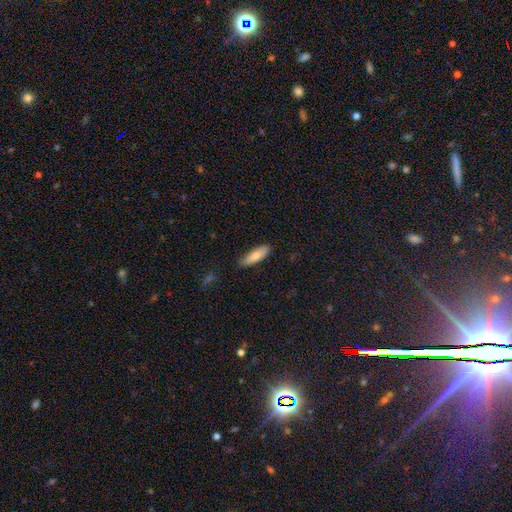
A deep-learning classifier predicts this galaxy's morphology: smooth-or-featured: smooth: 80% | featured or disk: 14% | star or artifact: 6%
  how-rounded: cigar-shaped: 56% | in between: 42% | round: 2%
  merging: none: 87% | minor disturbance: 10% | major disturbance: 2% | merger: 1%